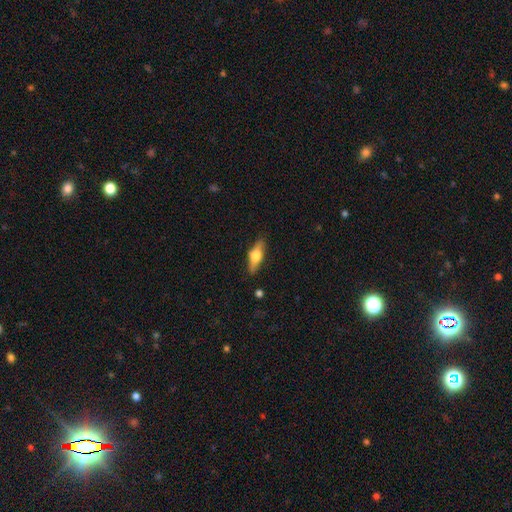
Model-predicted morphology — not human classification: The model was most divided on "smooth or featured": smooth: 50%, featured or disk: 44%, star or artifact: 6%. More confident: merging — none (85%).